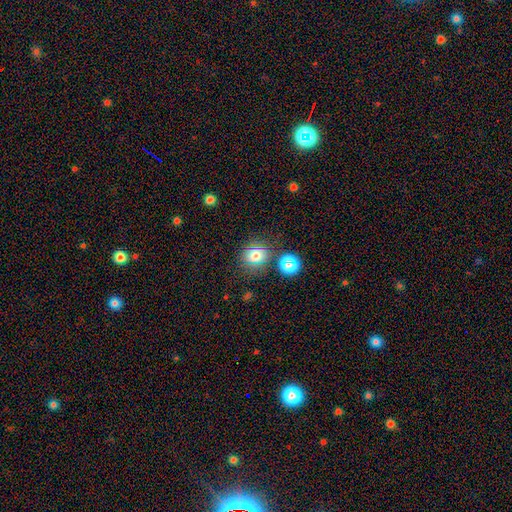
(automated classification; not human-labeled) Q: Smooth or featured?
A: smooth (71%); runner-up: star or artifact (19%)
Q: How rounded?
A: round (79%); runner-up: in between (20%)
Q: Merging?
A: none (74%); runner-up: minor disturbance (12%)